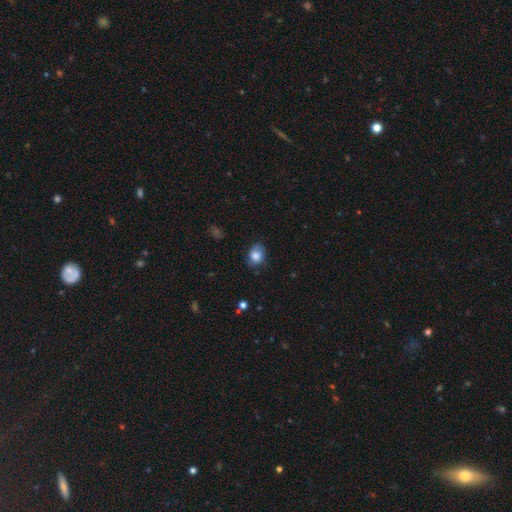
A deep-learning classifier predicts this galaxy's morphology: Q: Smooth or featured?
A: smooth (78%); runner-up: featured or disk (13%)
Q: How rounded?
A: in between (62%); runner-up: round (37%)
Q: Merging?
A: none (68%); runner-up: minor disturbance (25%)